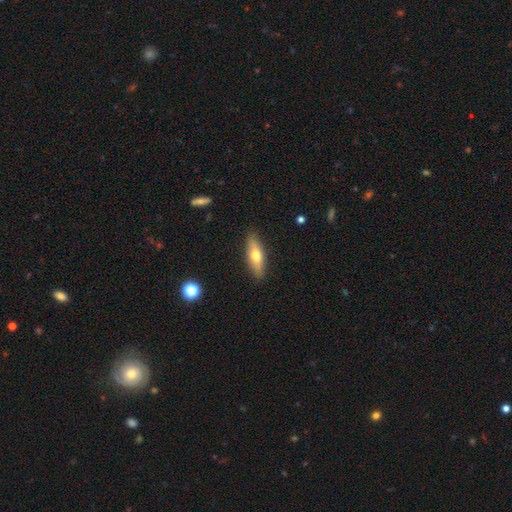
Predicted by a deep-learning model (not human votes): This appears to be a smooth galaxy with no disk features (54%) that is cigar-shaped (53%). Merging: none (88%).